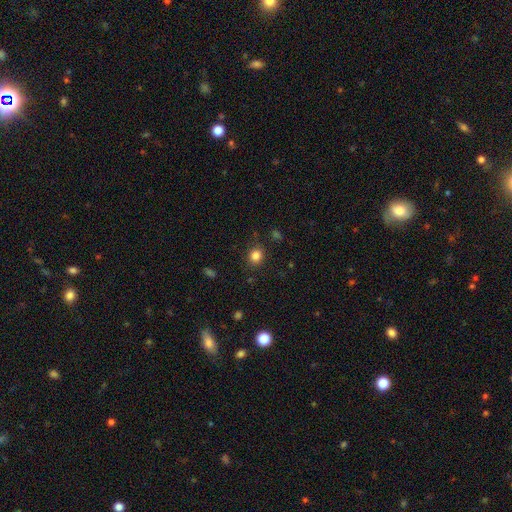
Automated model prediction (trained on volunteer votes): This is clearly a smooth galaxy (83%). How rounded: likely round (79%). Merging: clearly none (85%).